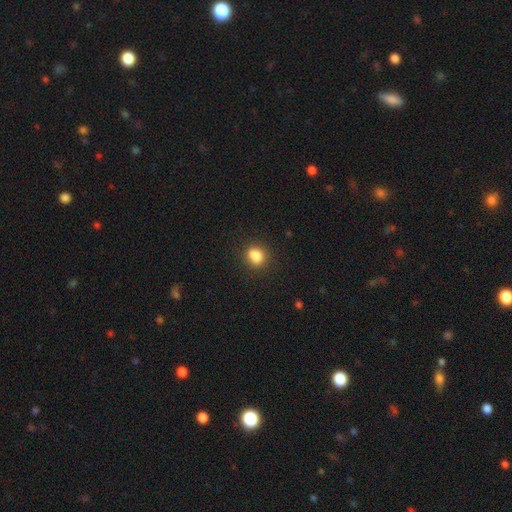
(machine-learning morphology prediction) smooth 84%, star or artifact 11%, featured or disk 5%. Down the decision tree: how rounded — in between (50%); merging — none (75%).